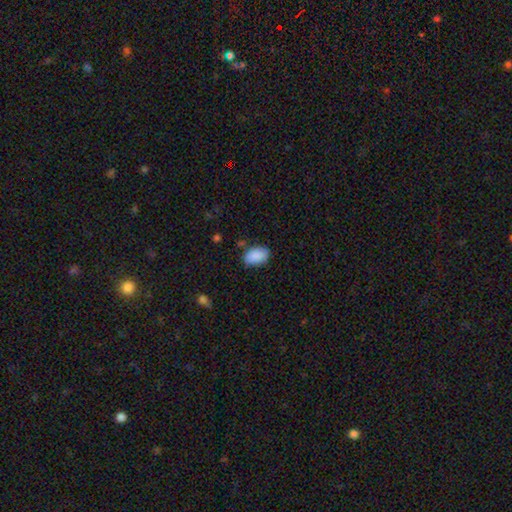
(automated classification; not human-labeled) smooth-or-featured: smooth: 89% | star or artifact: 7% | featured or disk: 4%
  how-rounded: in between: 91% | round: 8% | cigar-shaped: 1%
  merging: none: 75% | minor disturbance: 18% | major disturbance: 4% | merger: 3%